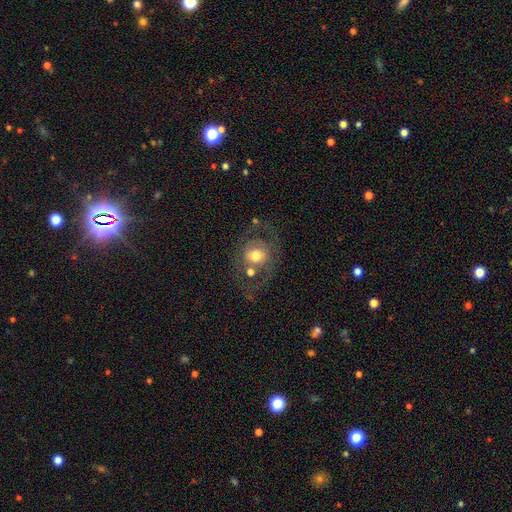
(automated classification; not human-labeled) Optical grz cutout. It shows a smooth galaxy with no disk features (45%, tied with featured or disk). Merging: none (48%).